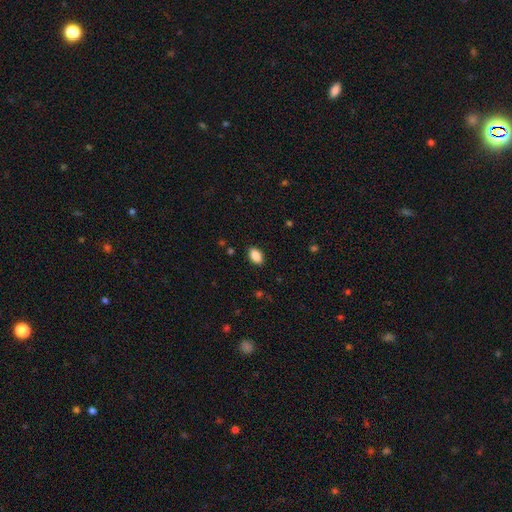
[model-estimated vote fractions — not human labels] Morphology: type=smooth (87%); roundness=in between (91%); merging=none (88%).